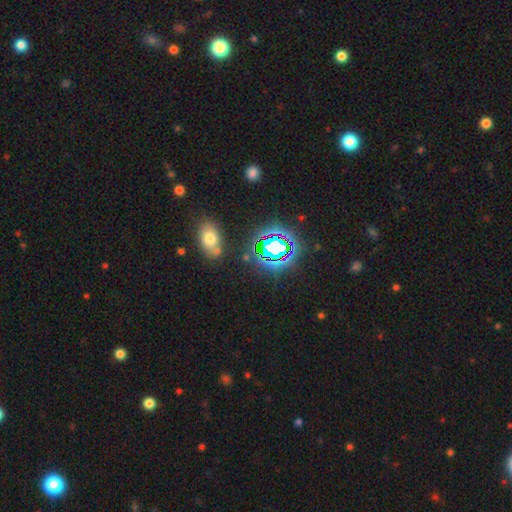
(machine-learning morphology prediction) star or artifact 54%, smooth 33%, featured or disk 13%.